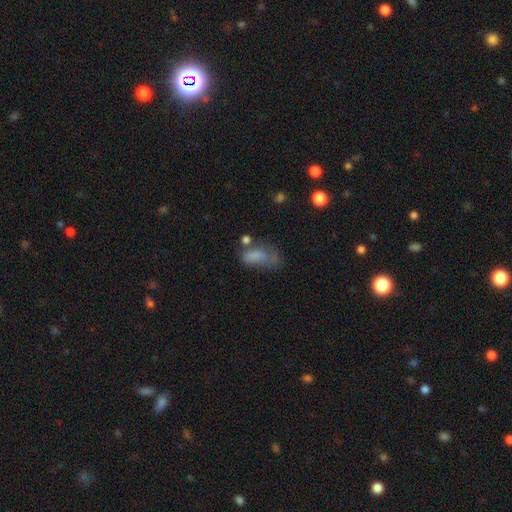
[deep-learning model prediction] The model was most divided on "merging": major disturbance: 35%, none: 28%, minor disturbance: 26%, merger: 11%. More confident: how rounded — in between (84%); smooth or featured — smooth (72%).